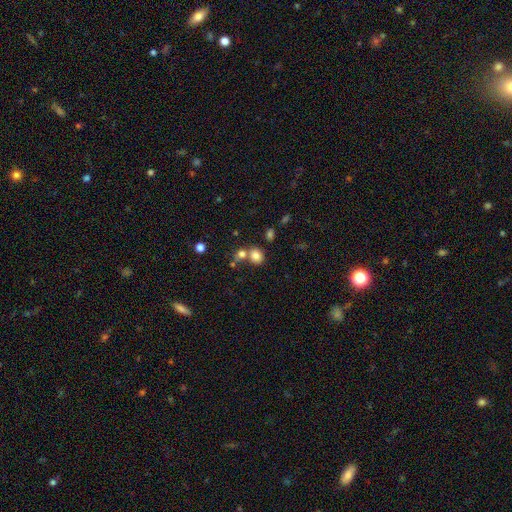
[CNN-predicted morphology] This is likely a smooth galaxy (80%). How rounded: likely round (69%). Merging: possibly none (58%).